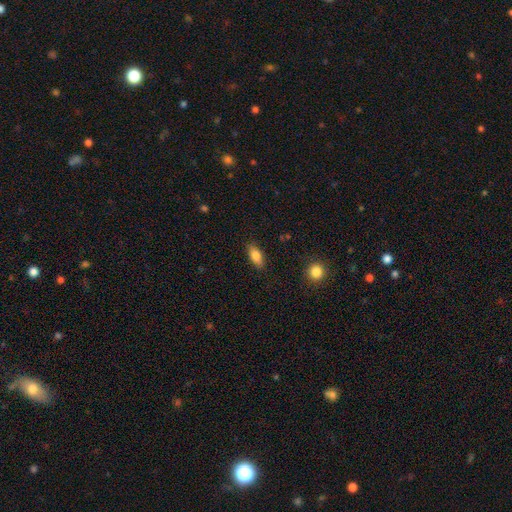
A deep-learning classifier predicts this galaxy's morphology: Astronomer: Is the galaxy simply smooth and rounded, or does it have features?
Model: smooth — 82%.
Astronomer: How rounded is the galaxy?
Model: in between — 83%.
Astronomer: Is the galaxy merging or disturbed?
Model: none — 86%.